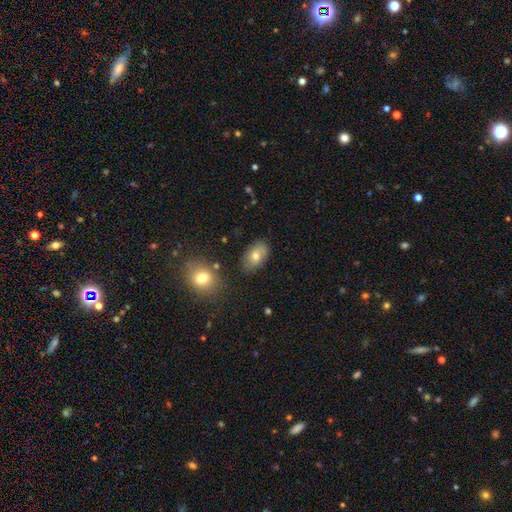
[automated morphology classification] Smooth or featured?
  - smooth: 64% *
  - featured or disk: 25%
  - star or artifact: 10%
How rounded?
  - in between: 88% *
  - round: 10%
  - cigar-shaped: 2%
Merging?
  - none: 79% *
  - minor disturbance: 14%
  - merger: 4%
  - major disturbance: 3%